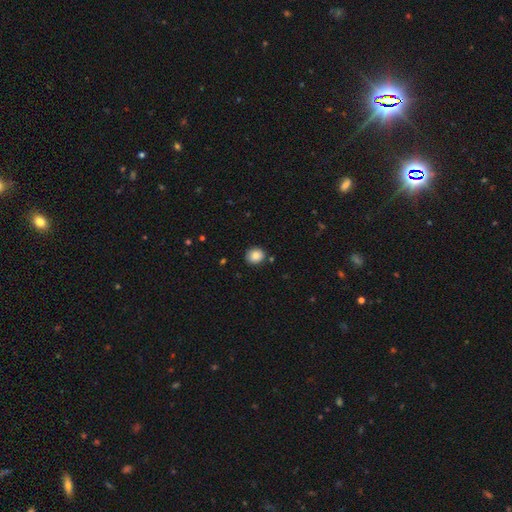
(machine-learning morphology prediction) This appears to be a smooth galaxy with no disk features (86%) that is round (77%). Merging: none (84%).